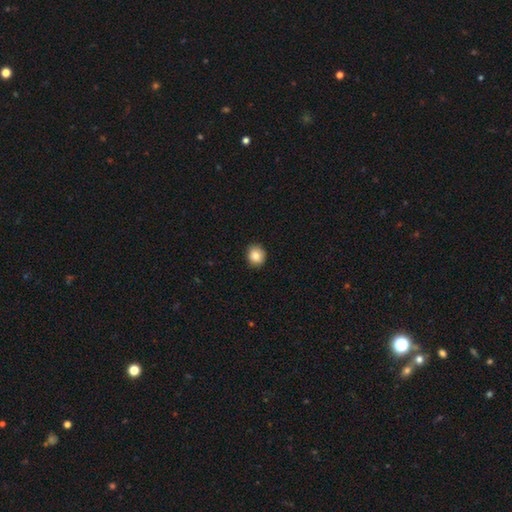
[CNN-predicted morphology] smooth_or_featured: smooth (p=0.84) [alt: star or artifact p=0.09]
how_rounded: round (p=0.86) [alt: in between p=0.13]
merging: none (p=0.90) [alt: minor disturbance p=0.08]